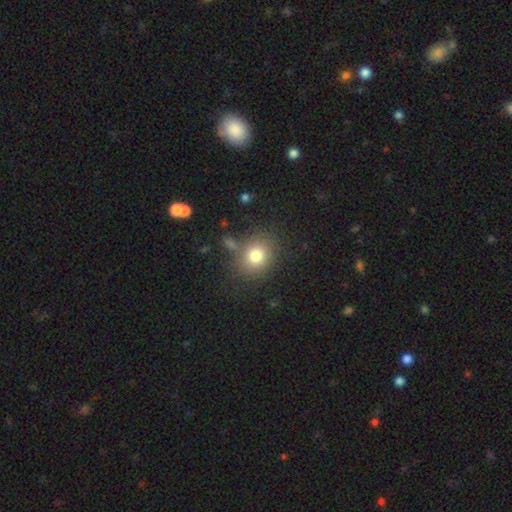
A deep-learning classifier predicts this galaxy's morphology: A smooth galaxy with no disk features (78%) that is round (71%).

Vote fractions:
- Smooth or featured? smooth: 78% / star or artifact: 12% / featured or disk: 9%
- How rounded? round: 71% / in between: 28% / cigar-shaped: 1%
- Merging? none: 77% / minor disturbance: 12% / merger: 6% / major disturbance: 5%